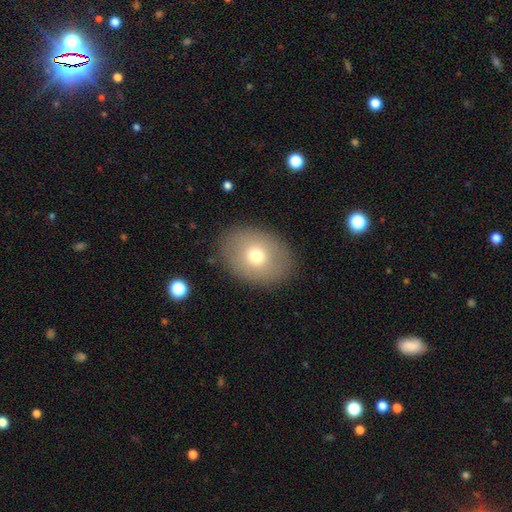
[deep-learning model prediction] This is likely a smooth galaxy (71%). How rounded: likely in between (69%). Merging: clearly none (87%).